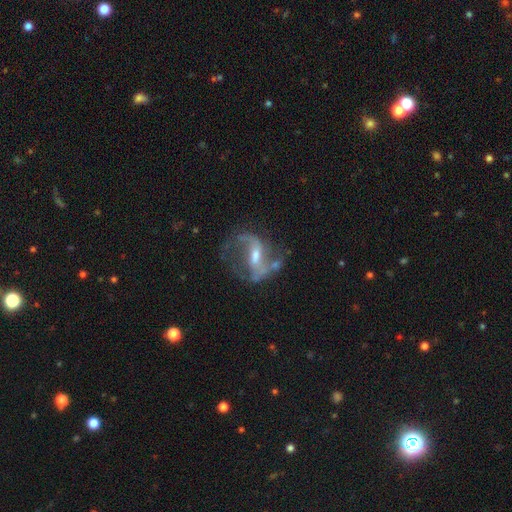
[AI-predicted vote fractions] Smooth or featured?
  - featured or disk: 86% *
  - smooth: 7%
  - star or artifact: 7%
Edge-on disk?
  - no: 97% *
  - yes: 3%
Bar?
  - weak: 48% *
  - strong: 30%
  - no: 22%
Spiral arms?
  - yes: 92% *
  - no: 8%
Spiral winding?
  - loose: 55% *
  - medium: 37%
  - tight: 8%
Spiral arm count?
  - 2: 84% *
  - 1: 6%
  - can't tell: 6%
  - 3: 2%
  - 4: 1%
  - more than 4: 1%
Bulge size?
  - moderate: 52% *
  - small: 40%
  - none: 4%
  - large: 4%
  - dominant: 1%
Merging?
  - none: 53% *
  - major disturbance: 21%
  - minor disturbance: 20%
  - merger: 6%